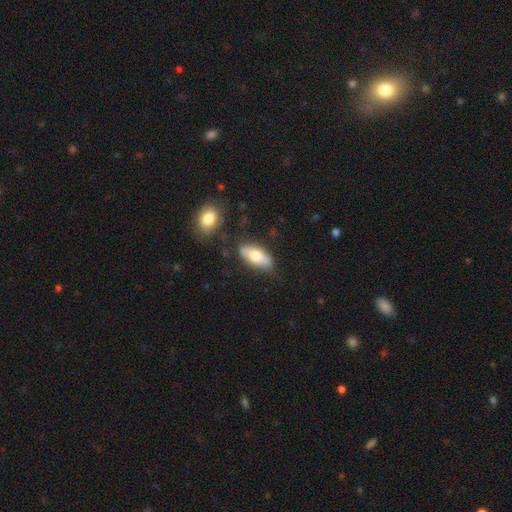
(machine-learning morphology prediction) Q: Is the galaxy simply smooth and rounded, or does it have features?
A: smooth — 68%.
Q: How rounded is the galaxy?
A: in between — 82%.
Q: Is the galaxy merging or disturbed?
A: none — 73%.